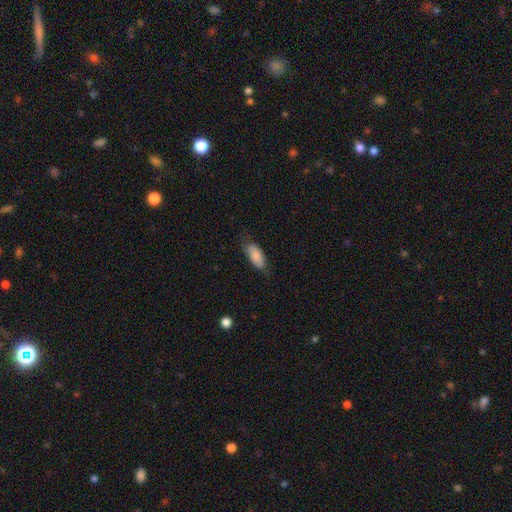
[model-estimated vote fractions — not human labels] Overall: smooth (85%). How rounded: in between (84%). Merging: none (69%).